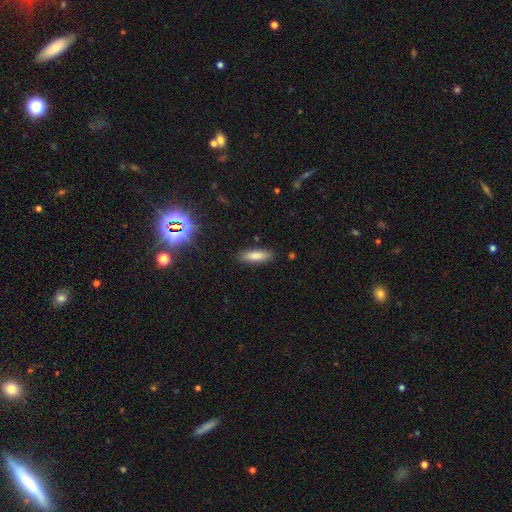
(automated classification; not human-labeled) The model was most divided on "how rounded": cigar-shaped: 51%, in between: 47%, round: 2%. More confident: merging — none (87%); smooth or featured — smooth (81%).